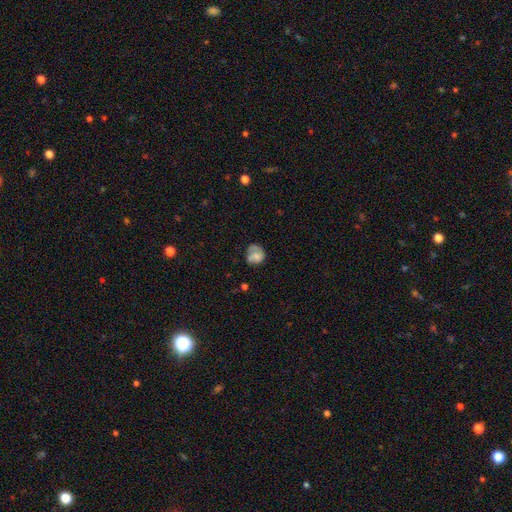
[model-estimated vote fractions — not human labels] Morphology: type=smooth (58%); roundness=round (69%); merging=none (45%).